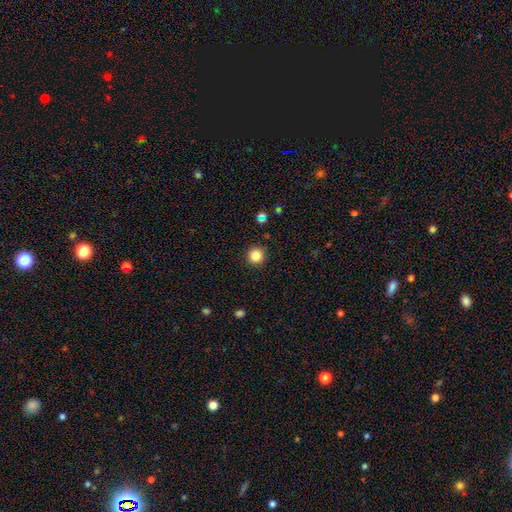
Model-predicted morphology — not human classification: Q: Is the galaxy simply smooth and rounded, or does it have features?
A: smooth — 85%.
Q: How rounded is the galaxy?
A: round — 95%.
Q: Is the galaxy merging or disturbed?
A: none — 92%.